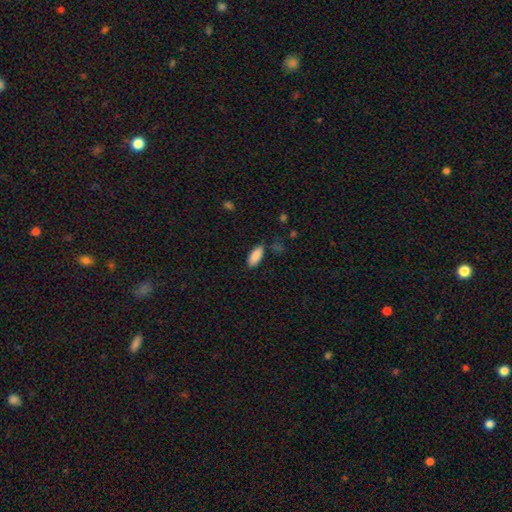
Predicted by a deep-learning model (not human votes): The model was most divided on "merging": none: 81%, minor disturbance: 14%, major disturbance: 3%, merger: 2%. More confident: smooth or featured — smooth (88%); how rounded — in between (84%).